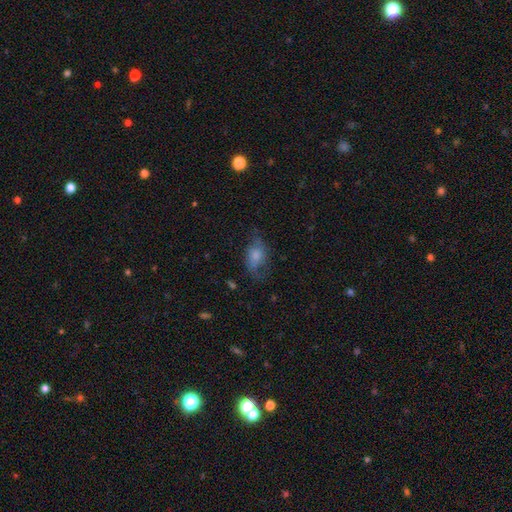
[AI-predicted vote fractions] The model was most divided on "smooth or featured": smooth: 52%, featured or disk: 38%, star or artifact: 10%. More confident: how rounded — in between (82%); merging — none (51%).